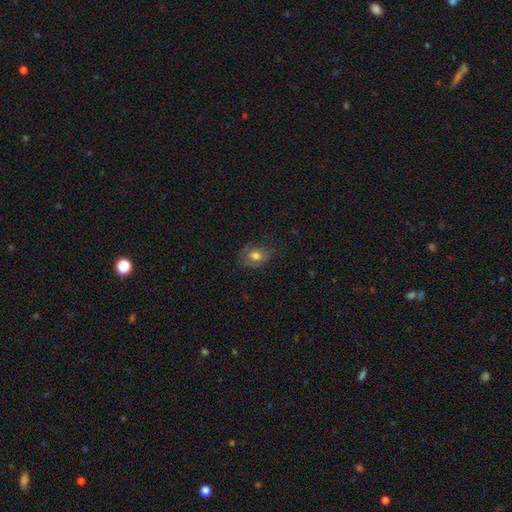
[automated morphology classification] Smooth or featured?
  - smooth: 64% *
  - featured or disk: 26%
  - star or artifact: 10%
How rounded?
  - in between: 67% *
  - round: 31%
  - cigar-shaped: 1%
Merging?
  - none: 56% *
  - minor disturbance: 27%
  - major disturbance: 16%
  - merger: 1%